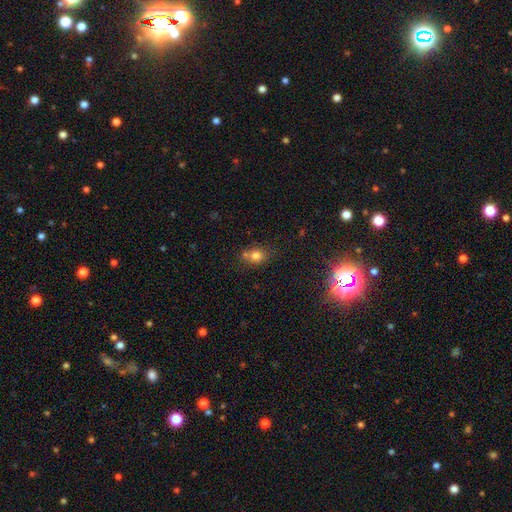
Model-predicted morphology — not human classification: Smooth or featured? smooth (76%)
How rounded? round (60%)
Merging? none (58%)